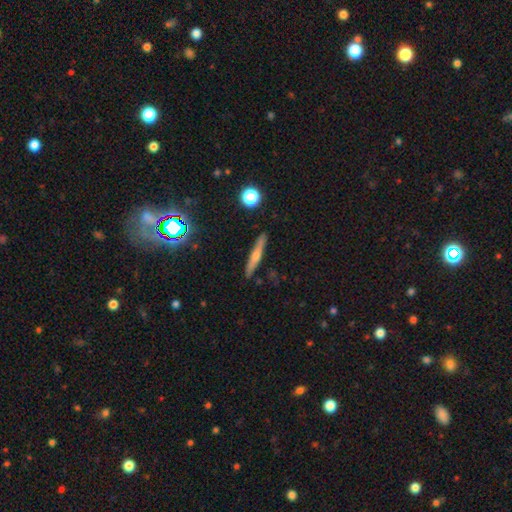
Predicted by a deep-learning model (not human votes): This appears to be a featured or disk galaxy (47%). Merging: none (88%).